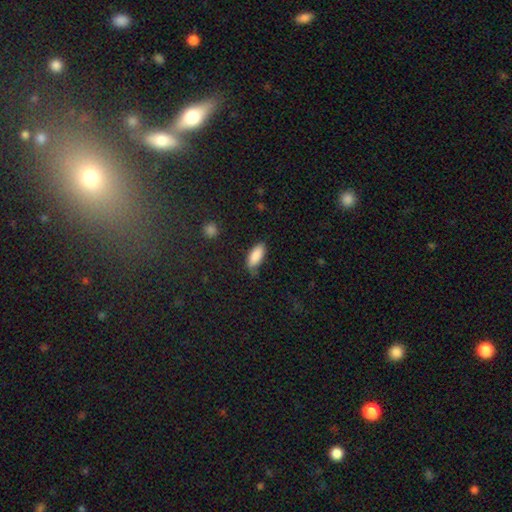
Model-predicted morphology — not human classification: Smooth or featured? smooth (88%)
How rounded? in between (86%)
Merging? none (70%)